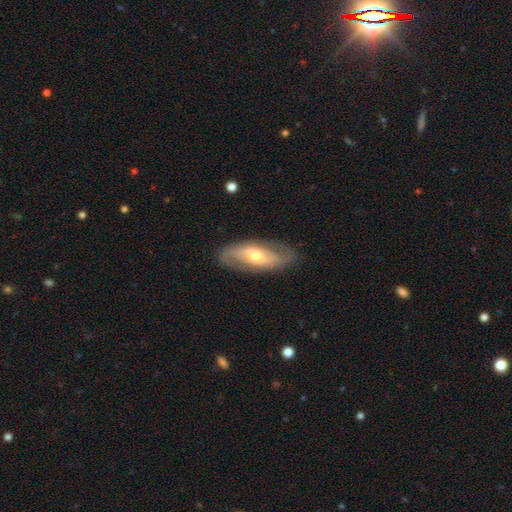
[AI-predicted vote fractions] smooth-or-featured: featured or disk: 69% | smooth: 25% | star or artifact: 6%
  disk-edge-on: no: 86% | yes: 14%
    bar: no: 41% | weak: 36% | strong: 23%
    has-spiral-arms: yes: 77% | no: 23%
    bulge-size: moderate: 56% | small: 37% | large: 4% | none: 1% | dominant: 1%
  merging: none: 80% | minor disturbance: 14% | major disturbance: 5% | merger: 1%